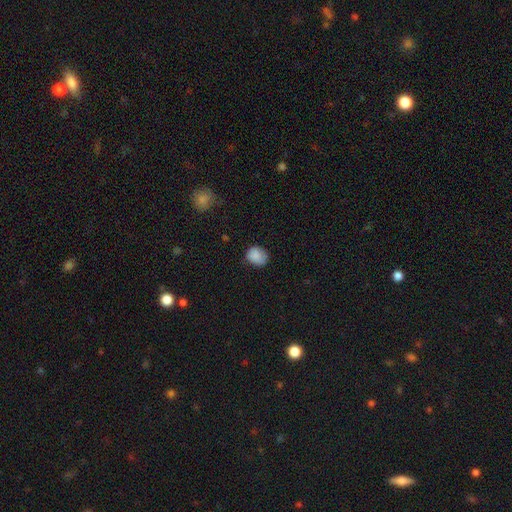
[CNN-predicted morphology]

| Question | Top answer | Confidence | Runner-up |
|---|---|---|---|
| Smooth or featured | smooth | 86% | star or artifact (8%) |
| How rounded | round | 59% | in between (40%) |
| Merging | none | 70% | minor disturbance (24%) |